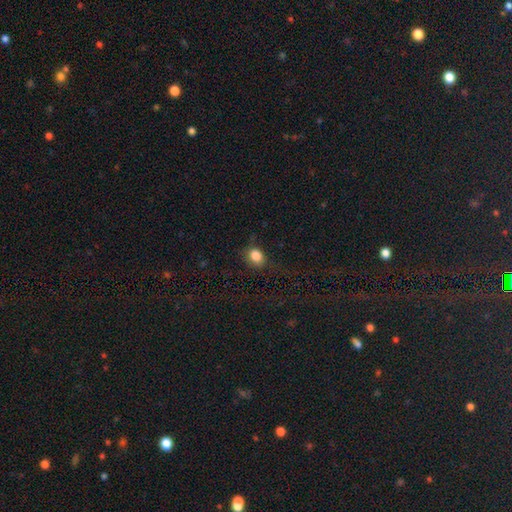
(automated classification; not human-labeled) A smooth galaxy with no disk features (84%) that is round (54%). Merging: none (74%).